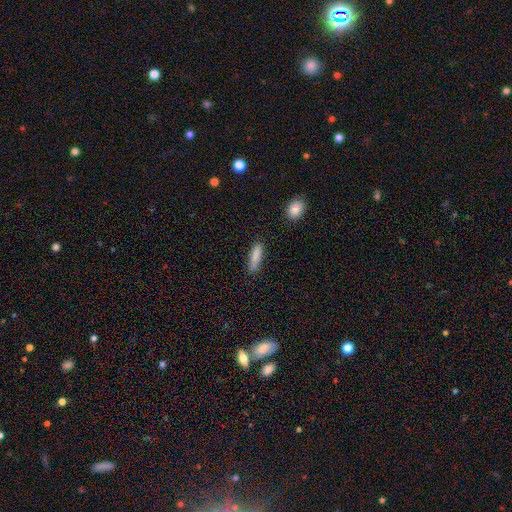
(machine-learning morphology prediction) Smooth or featured: smooth — 85% (featured or disk — 8%)
How rounded: cigar-shaped — 73% (in between — 25%)
Merging: none — 83% (minor disturbance — 12%)